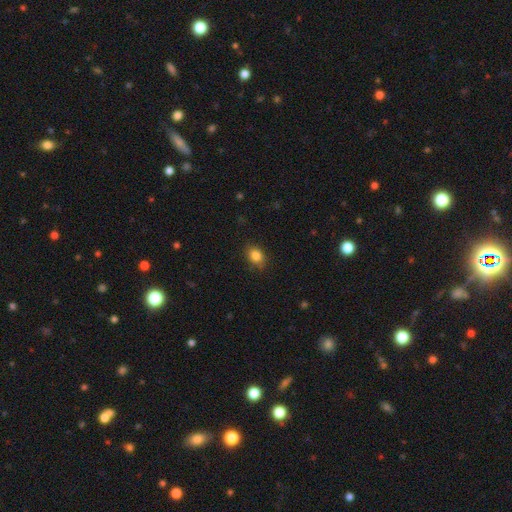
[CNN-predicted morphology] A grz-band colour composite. It shows a smooth galaxy with no disk features (85%) that is in between round and cigar-shaped (62%). Merging: none (84%).